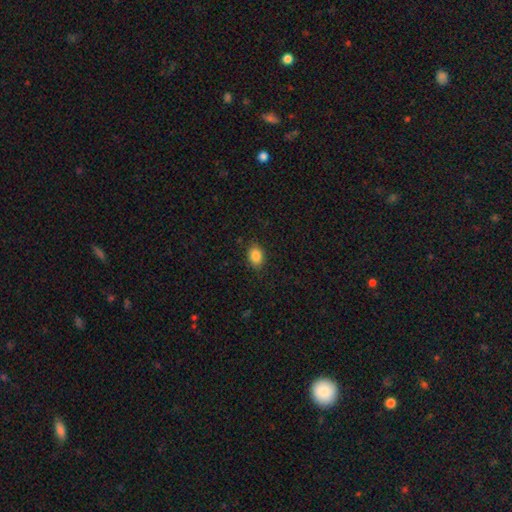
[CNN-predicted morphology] Overall: smooth (86%). How rounded: in between (77%). Merging: none (86%).